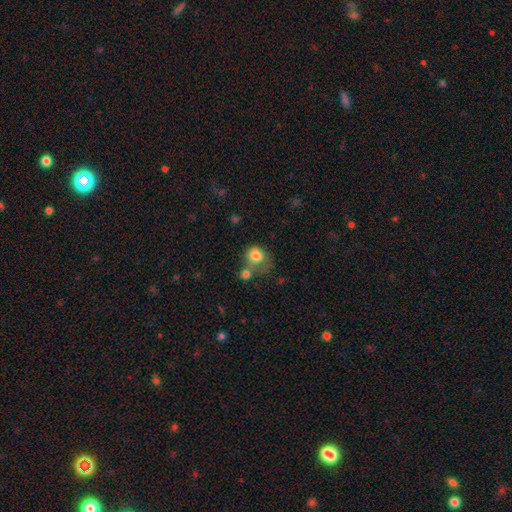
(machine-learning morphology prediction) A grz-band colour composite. It shows a smooth galaxy with no disk features (77%) that is round (63%). Merging: merger (34%).